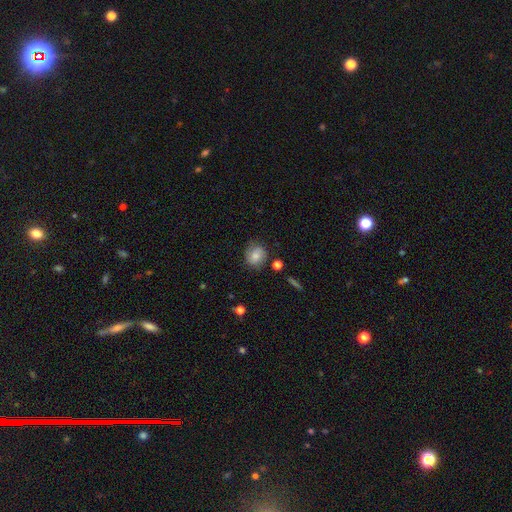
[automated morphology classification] smooth 54%, featured or disk 36%, star or artifact 10%. Down the decision tree: how rounded — round (73%); merging — none (74%).